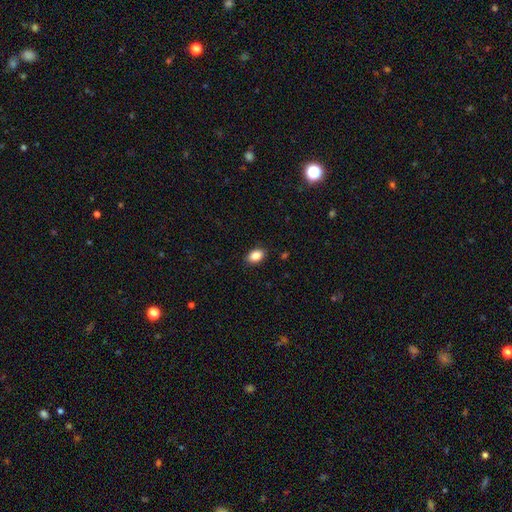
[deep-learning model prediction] Q: Smooth or featured?
A: smooth (88%); runner-up: star or artifact (8%)
Q: How rounded?
A: in between (87%); runner-up: round (12%)
Q: Merging?
A: none (88%); runner-up: minor disturbance (9%)